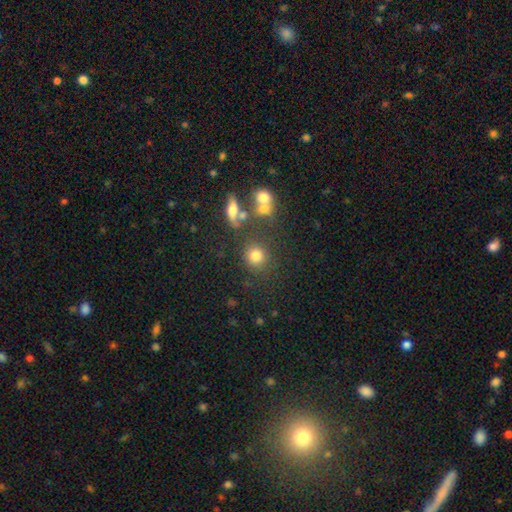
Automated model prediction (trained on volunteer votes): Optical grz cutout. It shows a smooth galaxy with no disk features (77%) that is round (84%). Merging: none (72%).